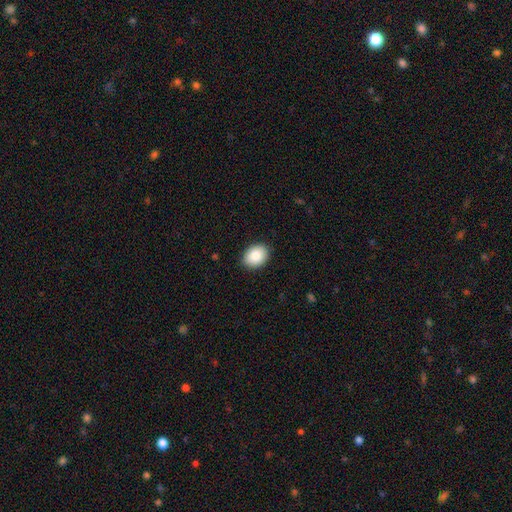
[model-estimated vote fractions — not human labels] A smooth galaxy with no disk features (86%) that is in between round and cigar-shaped (70%).

Vote fractions:
- Smooth or featured? smooth: 86% / featured or disk: 7% / star or artifact: 7%
- How rounded? in between: 70% / round: 29% / cigar-shaped: 1%
- Merging? none: 88% / minor disturbance: 9% / major disturbance: 2% / merger: 1%